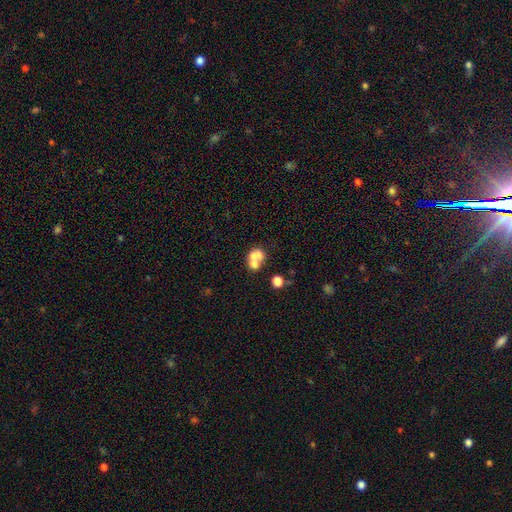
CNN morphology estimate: This is possibly a smooth galaxy (57%). How rounded: possibly round (54%). Merging: likely merger (63%).